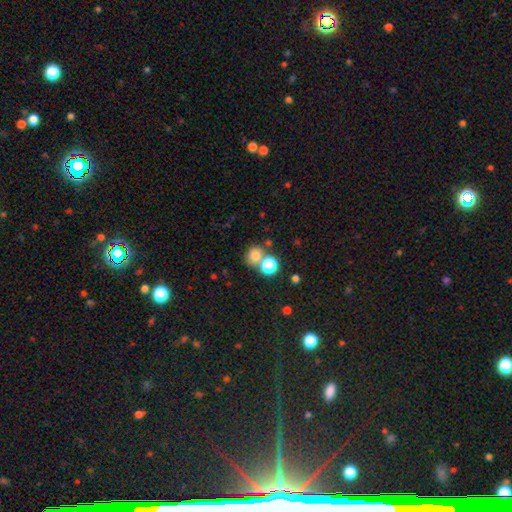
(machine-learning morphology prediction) type=smooth (75%); roundness=round (75%); merging=none (57%).